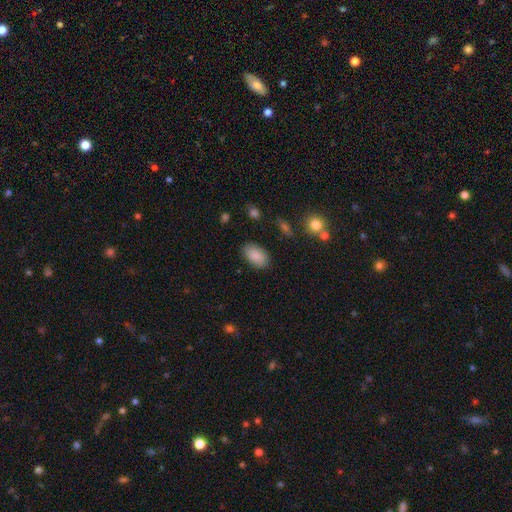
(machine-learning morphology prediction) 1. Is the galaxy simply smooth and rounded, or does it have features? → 88% smooth, 7% star or artifact, 5% featured or disk.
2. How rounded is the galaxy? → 93% in between, 5% round, 2% cigar-shaped.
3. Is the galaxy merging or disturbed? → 86% none, 10% minor disturbance, 3% major disturbance, 1% merger.